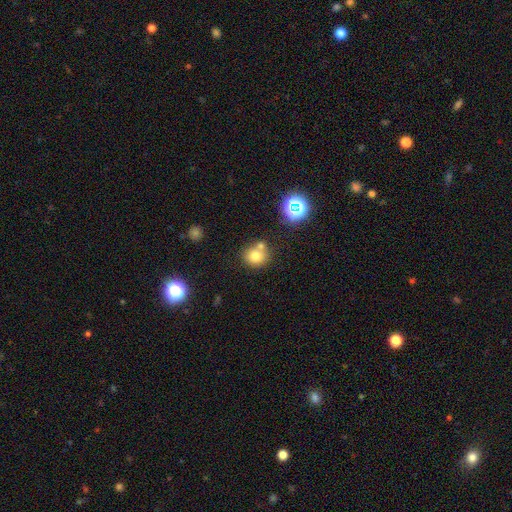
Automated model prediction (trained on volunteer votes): Smooth or featured? Predicted: smooth (p=0.74). How rounded? Predicted: round (p=0.84). Merging? Predicted: none (p=0.56).